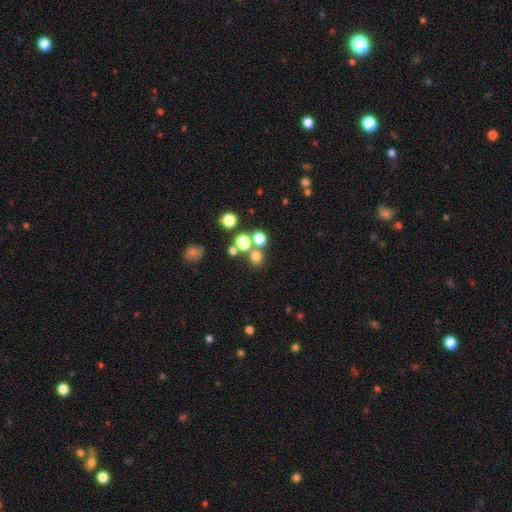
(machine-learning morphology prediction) This is likely a smooth galaxy (71%). How rounded: clearly round (84%). Merging: likely none (64%).